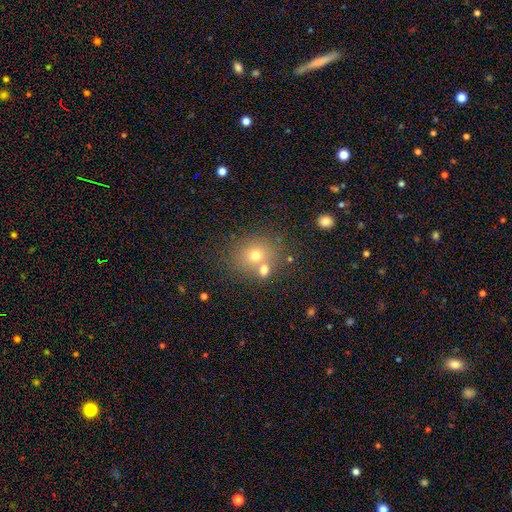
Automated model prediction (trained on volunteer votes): Q: Smooth or featured?
A: smooth (68%); runner-up: featured or disk (16%)
Q: How rounded?
A: round (71%); runner-up: in between (29%)
Q: Merging?
A: none (59%); runner-up: merger (26%)